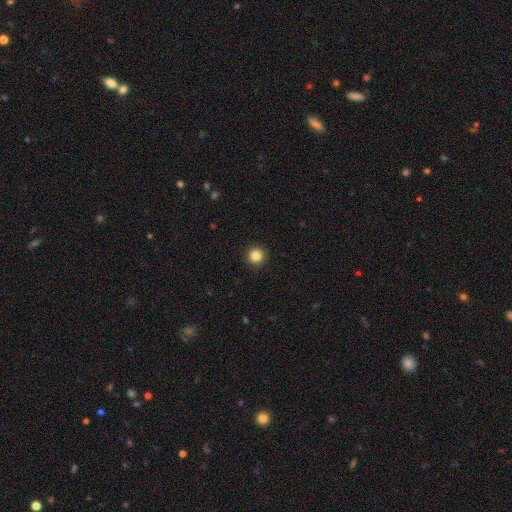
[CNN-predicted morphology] Q: Smooth or featured?
A: smooth (84%); runner-up: star or artifact (11%)
Q: How rounded?
A: round (95%); runner-up: in between (4%)
Q: Merging?
A: none (93%); runner-up: minor disturbance (4%)